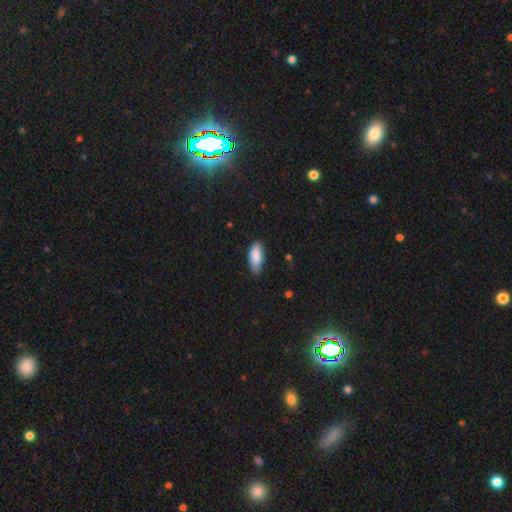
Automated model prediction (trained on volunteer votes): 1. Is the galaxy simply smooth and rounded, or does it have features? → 88% smooth, 6% star or artifact, 6% featured or disk.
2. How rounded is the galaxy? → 83% in between, 15% cigar-shaped, 2% round.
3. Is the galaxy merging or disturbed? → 71% none, 25% minor disturbance, 4% major disturbance, 1% merger.